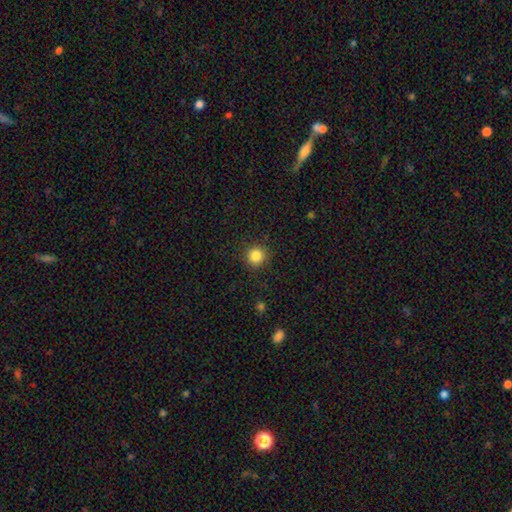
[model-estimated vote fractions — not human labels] Morphology: type=smooth (85%); roundness=round (94%); merging=none (90%).